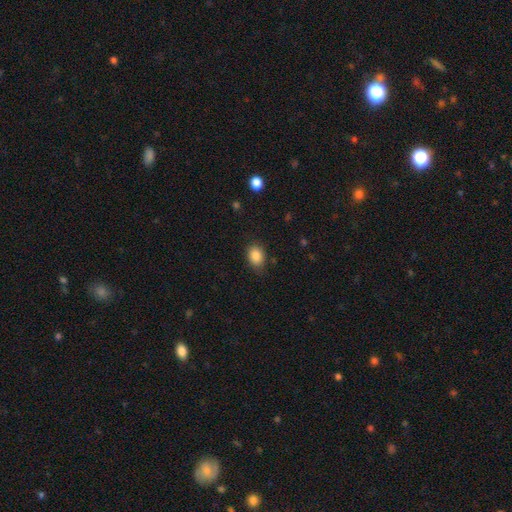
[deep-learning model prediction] Smooth or featured? Predicted: smooth (p=0.86). How rounded? Predicted: in between (p=0.70). Merging? Predicted: none (p=0.79).